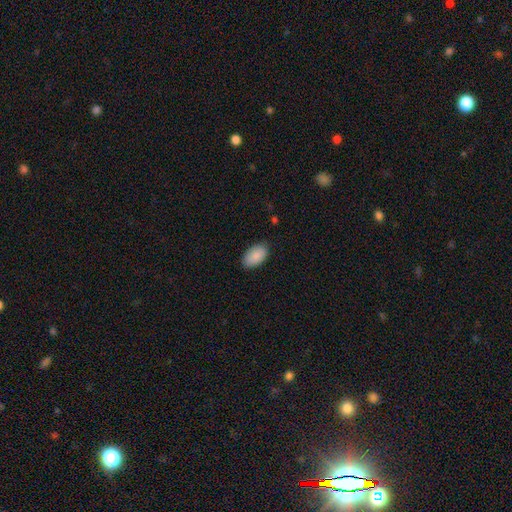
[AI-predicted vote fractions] smooth-or-featured: smooth: 88% | star or artifact: 6% | featured or disk: 6%
  how-rounded: in between: 94% | round: 5% | cigar-shaped: 1%
  merging: none: 84% | minor disturbance: 13% | major disturbance: 2% | merger: 1%